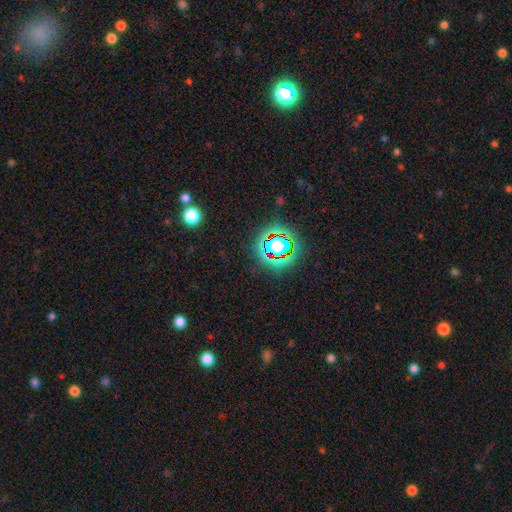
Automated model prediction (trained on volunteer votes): The model was most divided on "smooth or featured": star or artifact: 79%, smooth: 13%, featured or disk: 8%.